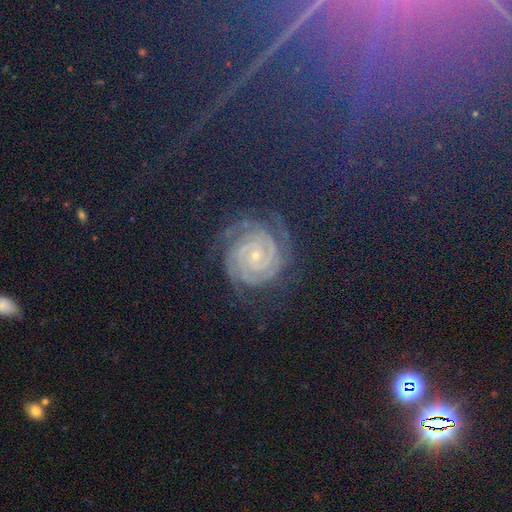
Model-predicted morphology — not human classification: Smooth or featured? featured or disk (51%)
Edge-on disk? no (96%)
Merging? none (81%)